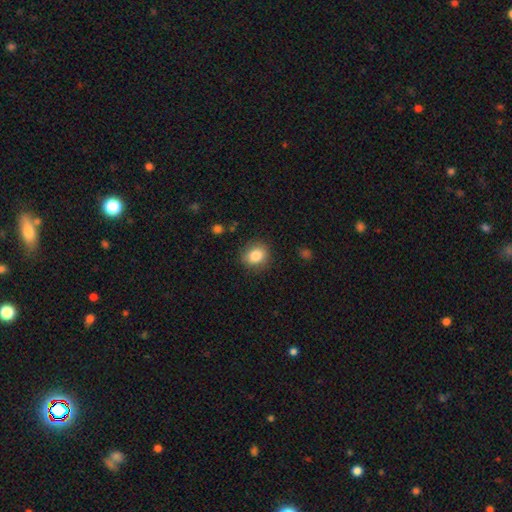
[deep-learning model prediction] Smooth or featured? smooth (84%)
How rounded? round (62%)
Merging? none (86%)